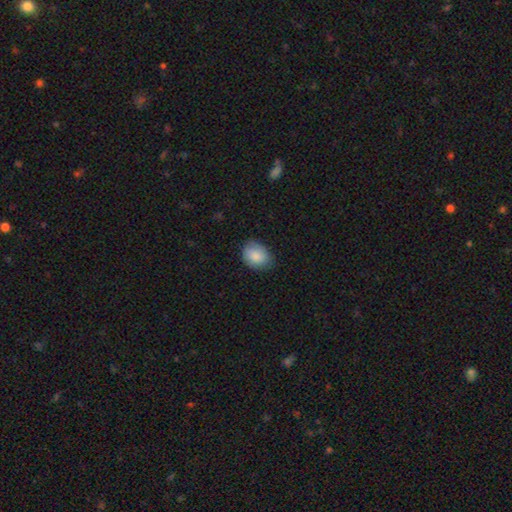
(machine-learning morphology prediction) The model was most divided on "how rounded": in between: 60%, round: 39%, cigar-shaped: 1%. More confident: smooth or featured — smooth (86%); merging — none (75%).